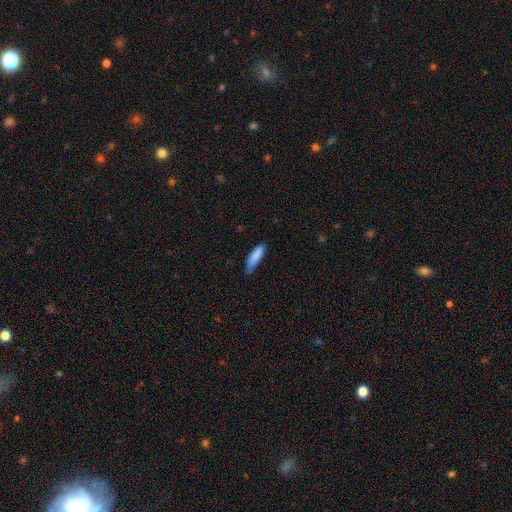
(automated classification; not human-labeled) smooth-or-featured: smooth: 86% | featured or disk: 8% | star or artifact: 6%
  how-rounded: cigar-shaped: 60% | in between: 39% | round: 1%
  merging: none: 59% | minor disturbance: 33% | major disturbance: 6% | merger: 2%